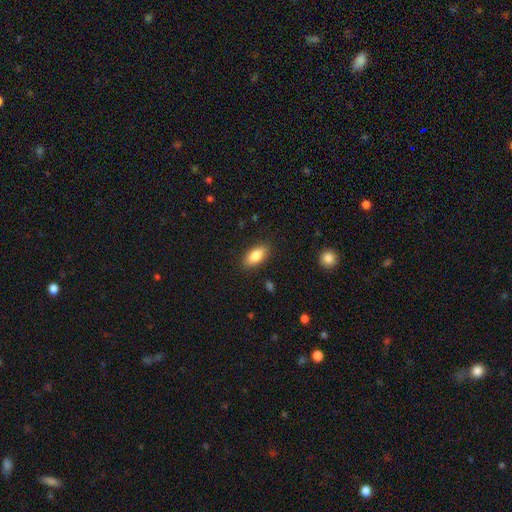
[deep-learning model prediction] Morphology: type=smooth (83%); roundness=in between (88%); merging=none (88%).